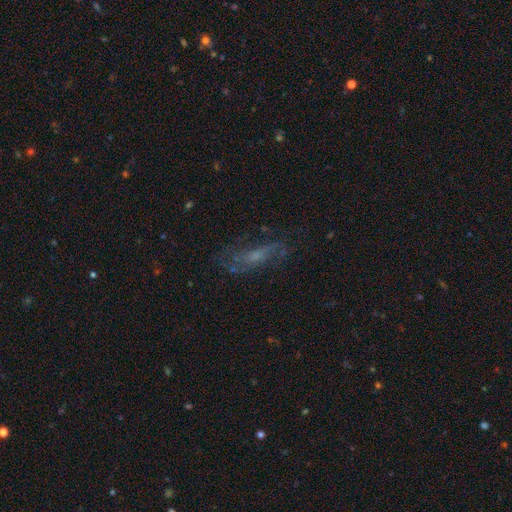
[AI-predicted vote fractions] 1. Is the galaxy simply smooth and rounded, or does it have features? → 57% featured or disk, 26% smooth, 17% star or artifact.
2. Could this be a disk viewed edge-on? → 78% no, 22% yes.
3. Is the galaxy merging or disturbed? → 63% none, 19% minor disturbance, 15% major disturbance, 2% merger.